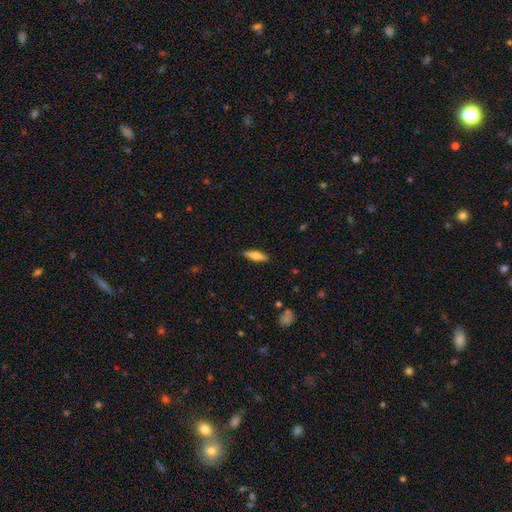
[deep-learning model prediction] smooth 67%, featured or disk 27%, star or artifact 6%. Down the decision tree: how rounded — cigar-shaped (61%); merging — none (88%).